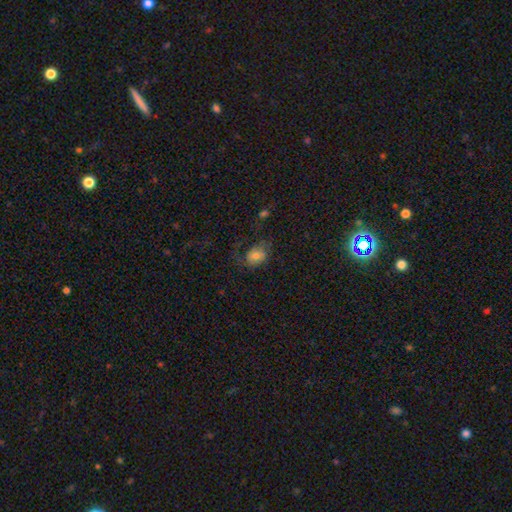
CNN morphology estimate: type=smooth (59%); roundness=in between (71%); merging=none (42%).